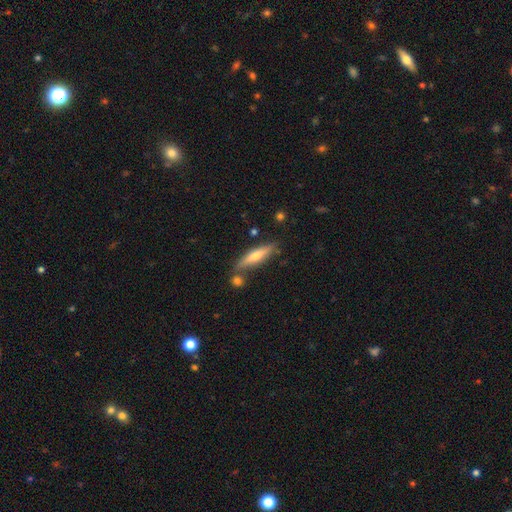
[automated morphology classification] smooth-or-featured: smooth: 47% | featured or disk: 46% | star or artifact: 7%
  merging: none: 76% | minor disturbance: 12% | merger: 9% | major disturbance: 3%